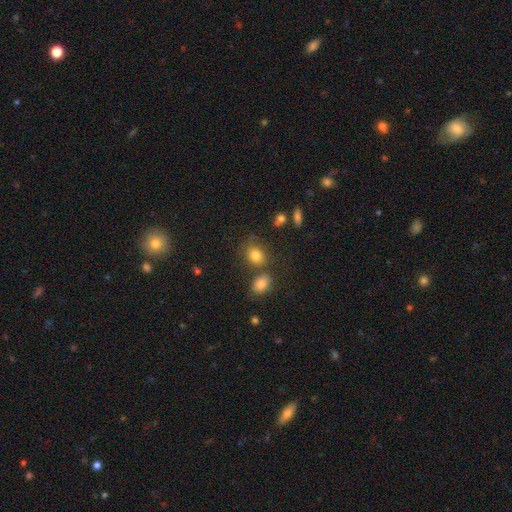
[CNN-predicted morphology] smooth_or_featured: smooth (p=0.82) [alt: star or artifact p=0.11]
how_rounded: round (p=0.51) [alt: in between p=0.47]
merging: none (p=0.63) [alt: minor disturbance p=0.16]